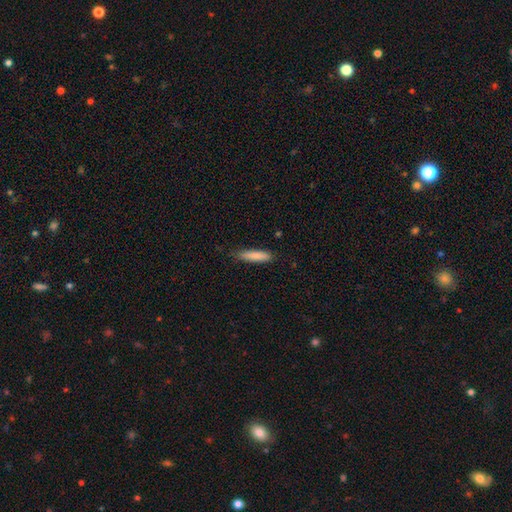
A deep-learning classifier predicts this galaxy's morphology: The model was most divided on "merging": none: 79%, minor disturbance: 17%, major disturbance: 3%, merger: 1%. More confident: smooth or featured — smooth (85%); how rounded — cigar-shaped (81%).